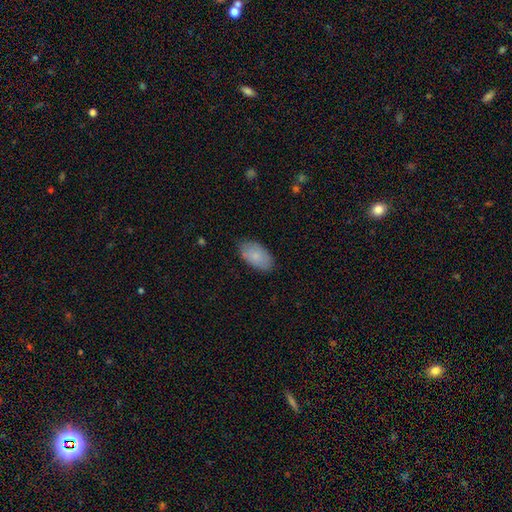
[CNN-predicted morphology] Smooth or featured? Predicted: smooth (p=0.84). How rounded? Predicted: in between (p=0.95). Merging? Predicted: none (p=0.81).